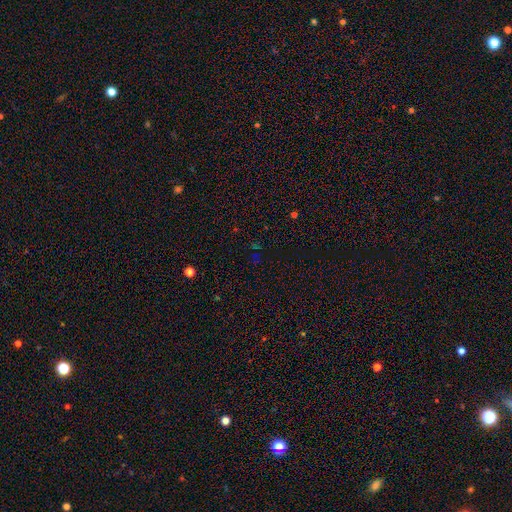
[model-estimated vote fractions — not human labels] star or artifact 68%, smooth 23%, featured or disk 8%.